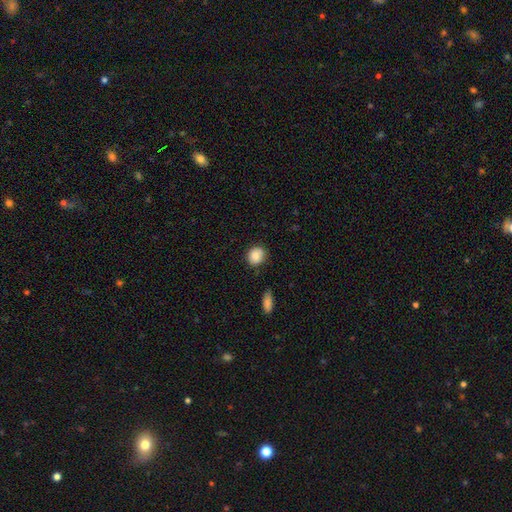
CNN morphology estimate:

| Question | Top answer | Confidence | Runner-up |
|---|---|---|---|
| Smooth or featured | smooth | 85% | star or artifact (8%) |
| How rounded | round | 78% | in between (21%) |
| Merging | none | 78% | minor disturbance (16%) |